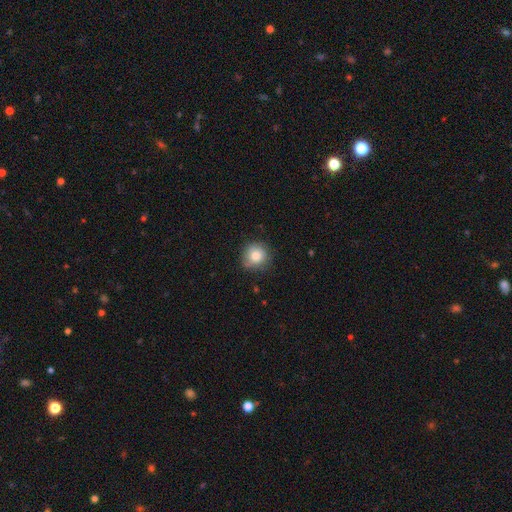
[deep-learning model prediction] A smooth galaxy with no disk features (78%) that is round (92%). Merging: none (77%).